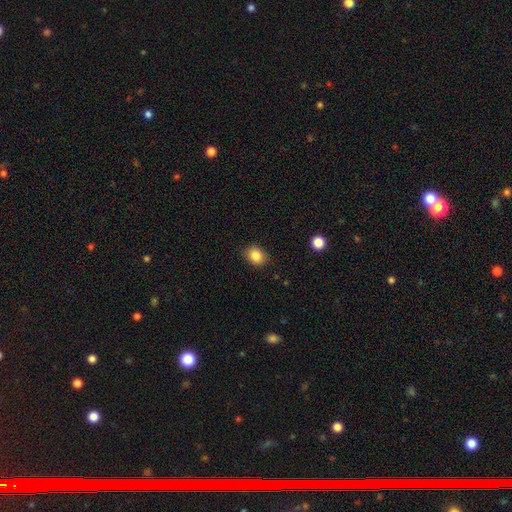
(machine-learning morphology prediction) Smooth or featured?
  - smooth: 85% *
  - star or artifact: 10%
  - featured or disk: 5%
How rounded?
  - round: 56% *
  - in between: 43%
  - cigar-shaped: 1%
Merging?
  - none: 84% *
  - minor disturbance: 12%
  - major disturbance: 3%
  - merger: 1%